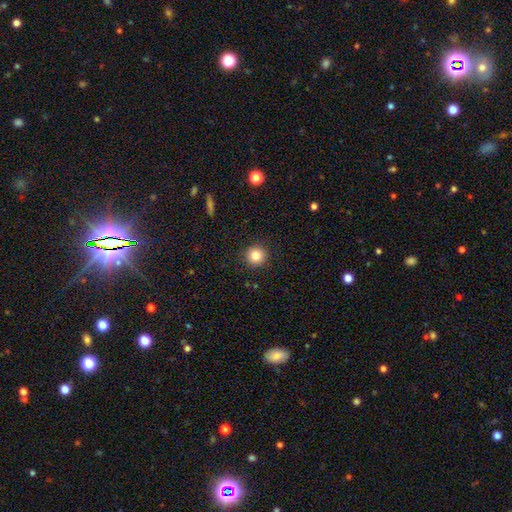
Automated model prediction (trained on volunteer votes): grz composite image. It shows a smooth galaxy with no disk features (83%) that is round (95%). Merging: none (92%).